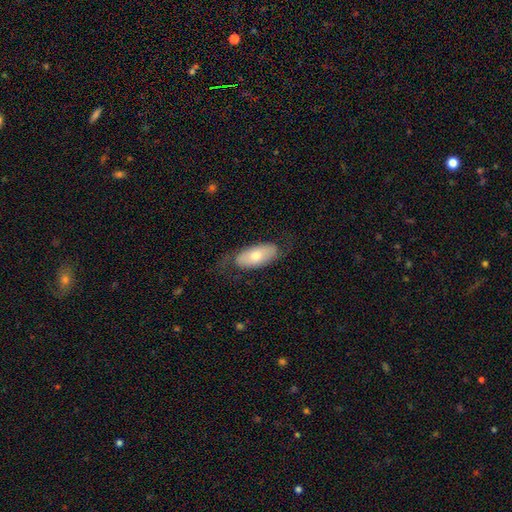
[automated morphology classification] smooth_or_featured: smooth (p=0.58) [alt: featured or disk p=0.36]
how_rounded: in between (p=0.90) [alt: cigar-shaped p=0.07]
merging: none (p=0.66) [alt: minor disturbance p=0.20]